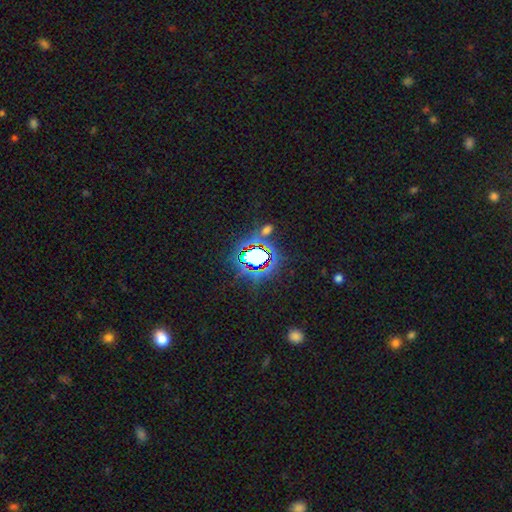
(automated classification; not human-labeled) smooth_or_featured: star or artifact (p=0.80) [alt: smooth p=0.12]